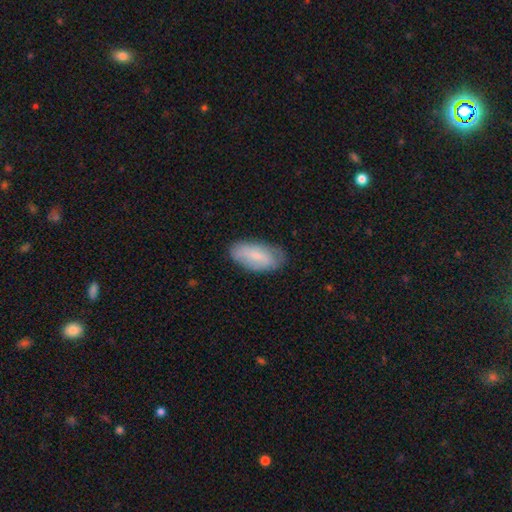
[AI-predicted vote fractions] This is likely a smooth galaxy (71%). How rounded: clearly in between (91%). Merging: likely none (72%).